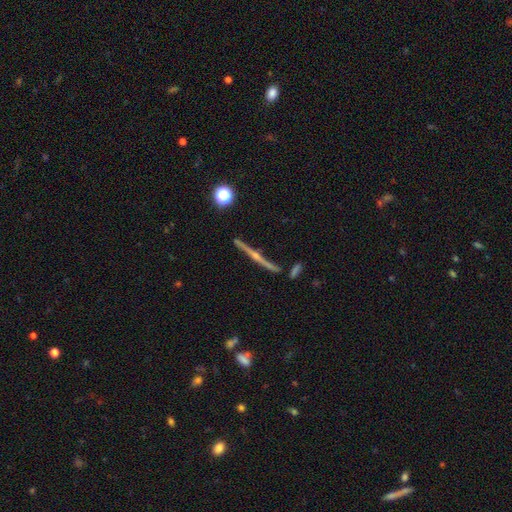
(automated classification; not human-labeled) This appears to be a featured or disk galaxy (83%) viewed edge-on (98%) with a rounded central bulge (86%). Merging: none (86%).